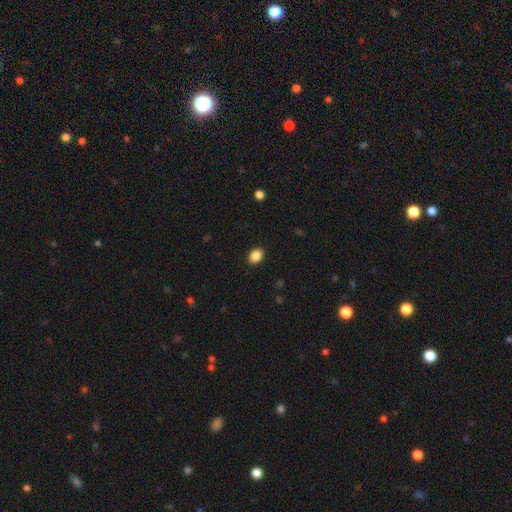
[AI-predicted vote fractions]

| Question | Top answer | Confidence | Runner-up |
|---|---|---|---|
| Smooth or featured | smooth | 88% | star or artifact (9%) |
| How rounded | in between | 71% | round (29%) |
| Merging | none | 90% | minor disturbance (7%) |